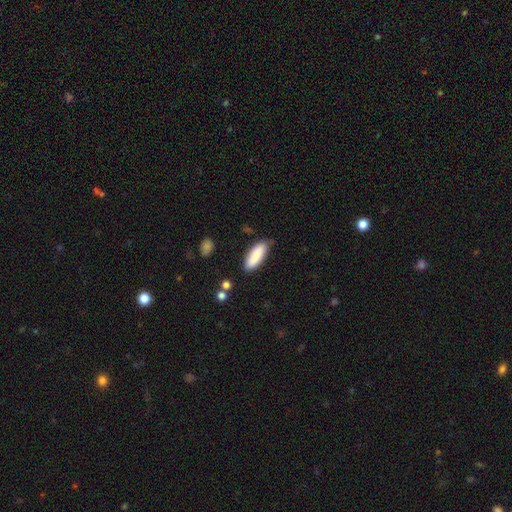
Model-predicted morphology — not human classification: The model was most divided on "how rounded": in between: 66%, cigar-shaped: 33%, round: 2%. More confident: smooth or featured — smooth (87%); merging — none (80%).